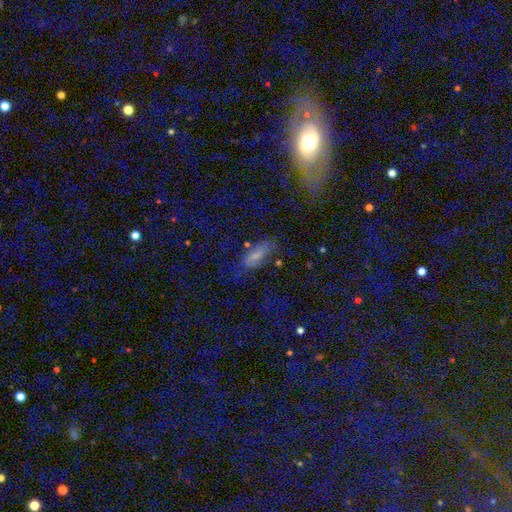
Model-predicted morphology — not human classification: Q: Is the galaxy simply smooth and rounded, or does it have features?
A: smooth — 53%.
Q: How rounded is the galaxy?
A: in between — 76%.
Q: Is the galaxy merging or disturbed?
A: none — 57%.